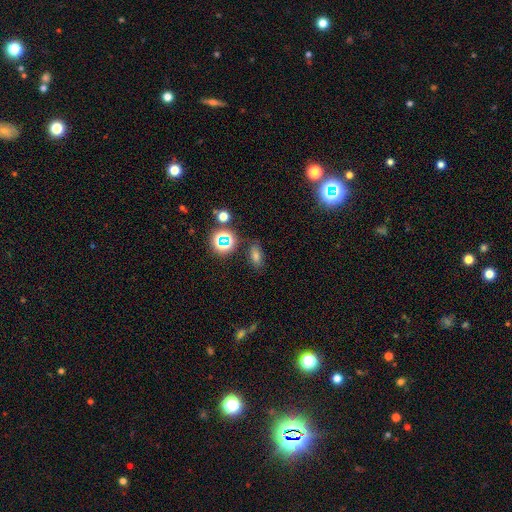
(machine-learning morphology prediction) smooth_or_featured: smooth (p=0.55) [alt: star or artifact p=0.33]
how_rounded: in between (p=0.79) [alt: round p=0.16]
merging: none (p=0.81) [alt: minor disturbance p=0.12]